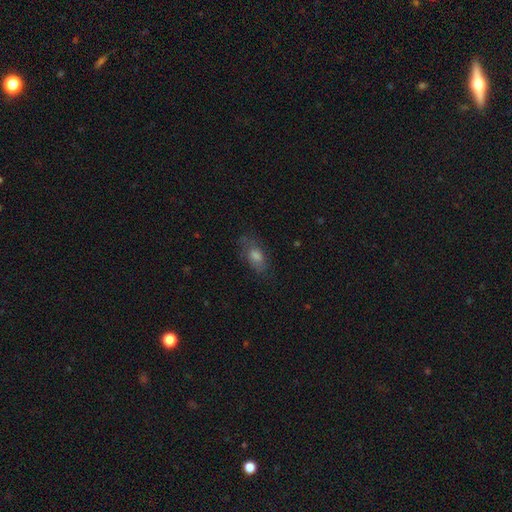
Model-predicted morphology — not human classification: A smooth galaxy with no disk features (55%) that is in between round and cigar-shaped (80%).

Vote fractions:
- Smooth or featured? smooth: 55% / featured or disk: 28% / star or artifact: 17%
- How rounded? in between: 80% / round: 12% / cigar-shaped: 9%
- Merging? none: 70% / minor disturbance: 20% / major disturbance: 9% / merger: 2%